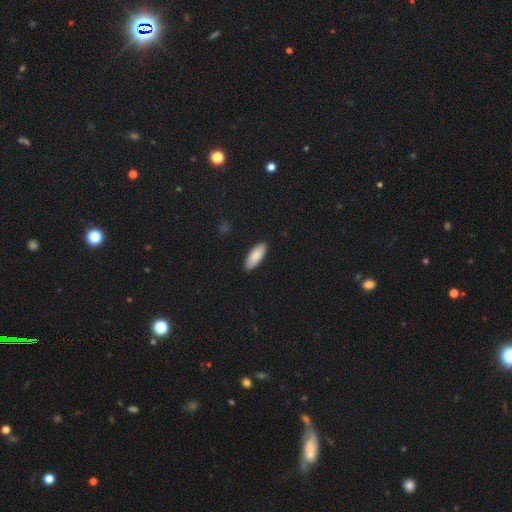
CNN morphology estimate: Overall: smooth (89%). How rounded: in between (75%). Merging: none (90%).